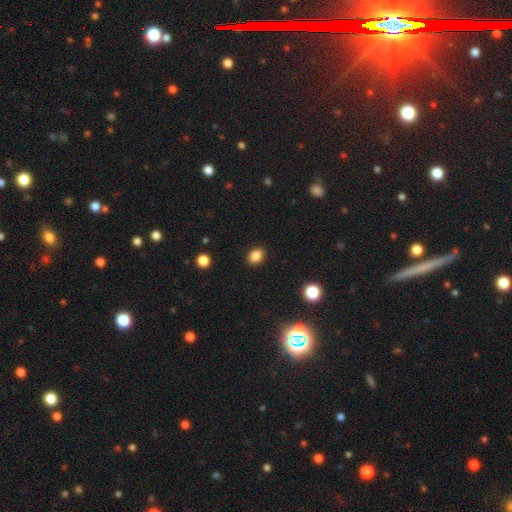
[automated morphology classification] Smooth or featured? Predicted: smooth (p=0.85). How rounded? Predicted: in between (p=0.72). Merging? Predicted: none (p=0.89).